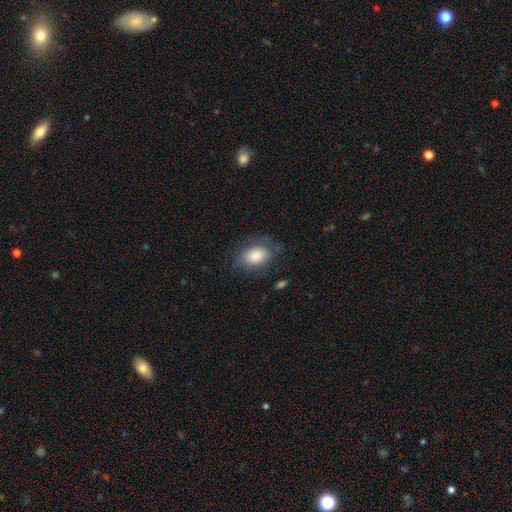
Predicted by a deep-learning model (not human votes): Overall: smooth (79%). How rounded: in between (84%). Merging: none (66%).